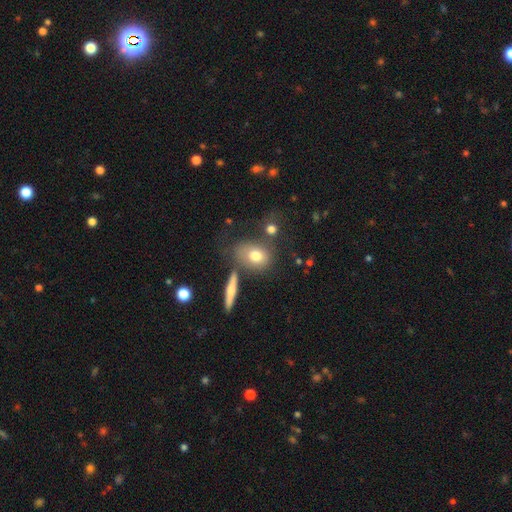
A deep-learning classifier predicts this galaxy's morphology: A smooth galaxy with no disk features (73%) that is in between round and cigar-shaped (58%).

Vote fractions:
- Smooth or featured? smooth: 73% / featured or disk: 17% / star or artifact: 10%
- How rounded? in between: 58% / round: 38% / cigar-shaped: 4%
- Merging? none: 58% / minor disturbance: 17% / merger: 16% / major disturbance: 9%